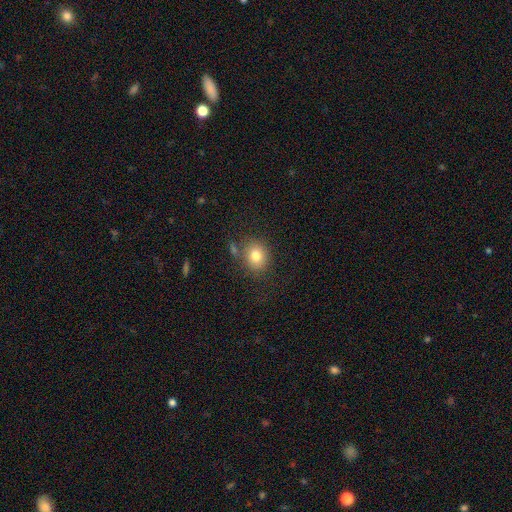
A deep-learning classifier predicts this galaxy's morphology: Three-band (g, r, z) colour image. It shows a smooth galaxy with no disk features (78%) that is round (71%). Merging: none (74%).